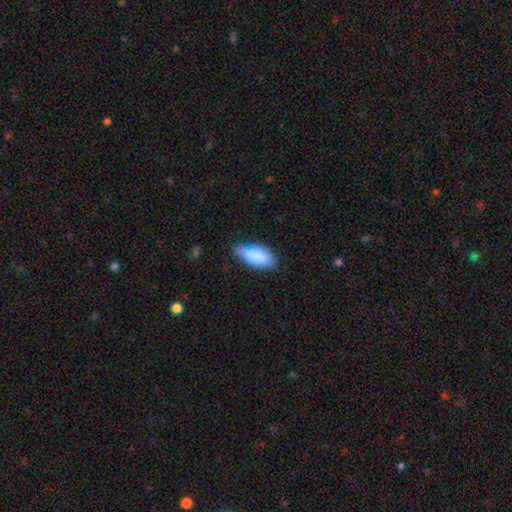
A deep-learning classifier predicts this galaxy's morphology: A smooth galaxy with no disk features (82%) that is in between round and cigar-shaped (88%).

Vote fractions:
- Smooth or featured? smooth: 82% / featured or disk: 10% / star or artifact: 7%
- How rounded? in between: 88% / cigar-shaped: 9% / round: 2%
- Merging? none: 57% / minor disturbance: 31% / major disturbance: 7% / merger: 5%